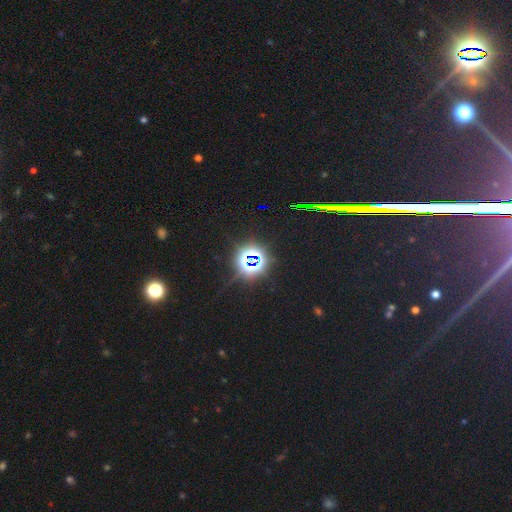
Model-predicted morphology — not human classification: Smooth or featured?
  - star or artifact: 81% *
  - smooth: 11%
  - featured or disk: 7%